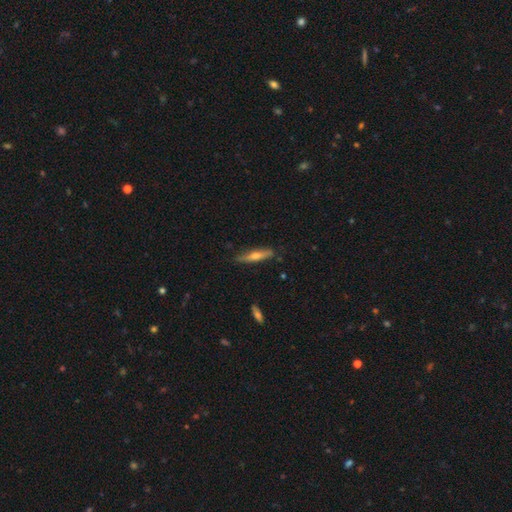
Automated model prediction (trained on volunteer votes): A featured or disk galaxy (48%). Merging: none (82%).